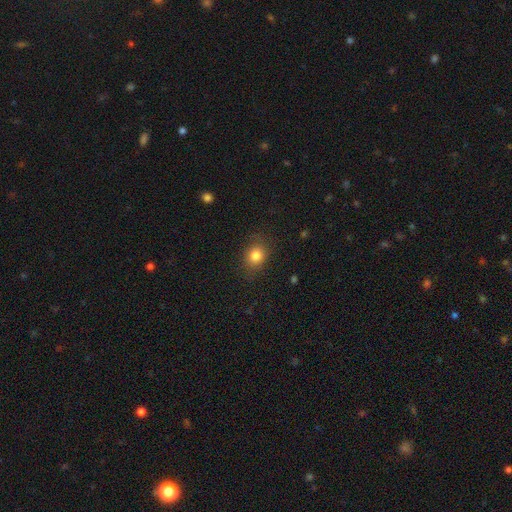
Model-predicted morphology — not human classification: A smooth galaxy with no disk features (83%) that is round (56%). Merging: none (81%).